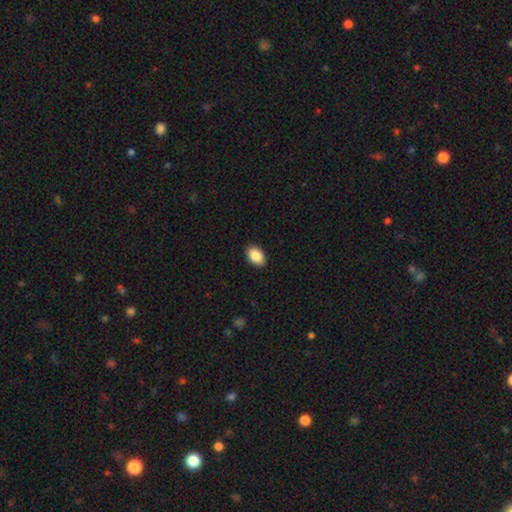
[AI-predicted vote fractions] Smooth or featured: smooth — 88% (star or artifact — 7%)
How rounded: in between — 86% (round — 13%)
Merging: none — 90% (minor disturbance — 7%)